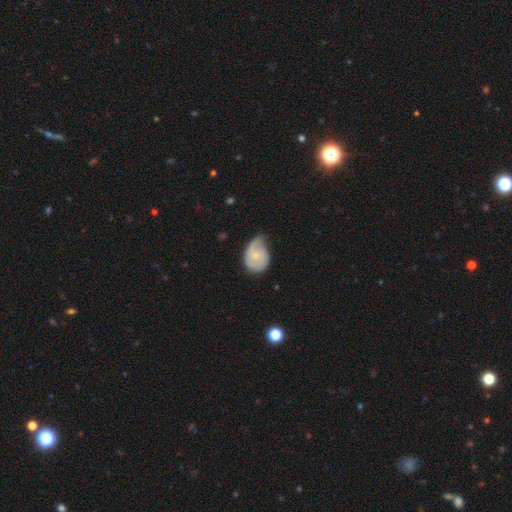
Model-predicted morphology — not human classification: Smooth or featured?
  - featured or disk: 51% *
  - smooth: 43%
  - star or artifact: 6%
Edge-on disk?
  - no: 97% *
  - yes: 3%
Merging?
  - minor disturbance: 43% *
  - none: 30%
  - major disturbance: 24%
  - merger: 2%